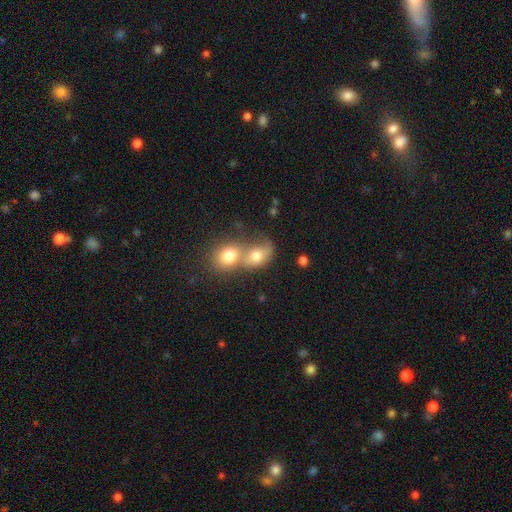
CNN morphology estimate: Smooth or featured? Predicted: smooth (p=0.70). How rounded? Predicted: in between (p=0.53). Merging? Predicted: merger (p=0.71).